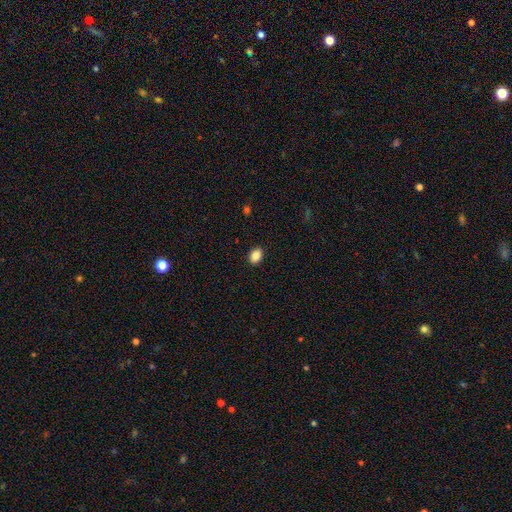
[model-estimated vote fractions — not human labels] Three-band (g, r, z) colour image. It shows a smooth galaxy with no disk features (87%) that is in between round and cigar-shaped (67%). Merging: none (90%).